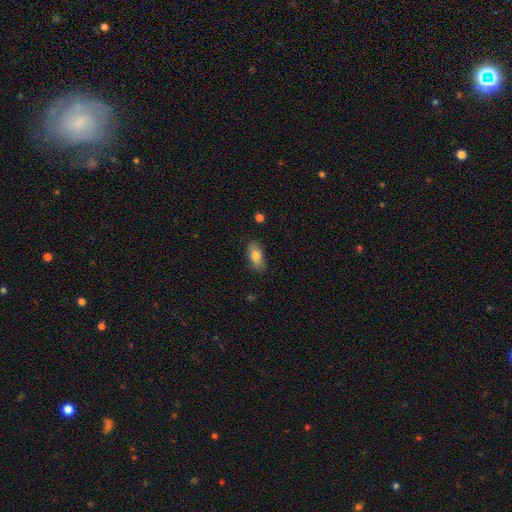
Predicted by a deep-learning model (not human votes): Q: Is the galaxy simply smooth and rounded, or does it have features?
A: smooth — 80%.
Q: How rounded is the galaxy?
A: in between — 88%.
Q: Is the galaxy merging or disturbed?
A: none — 83%.